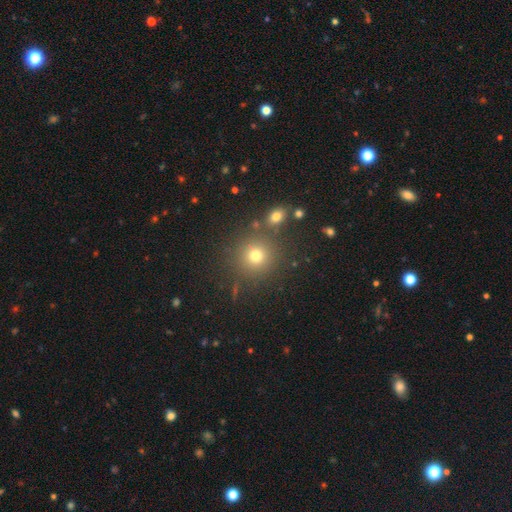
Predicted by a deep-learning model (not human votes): This appears to be a smooth galaxy with no disk features (71%) that is round (92%). Merging: none (81%).